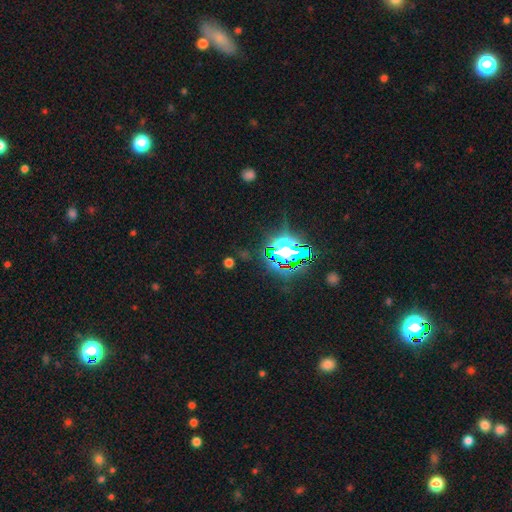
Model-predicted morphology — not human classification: type=star or artifact (83%).